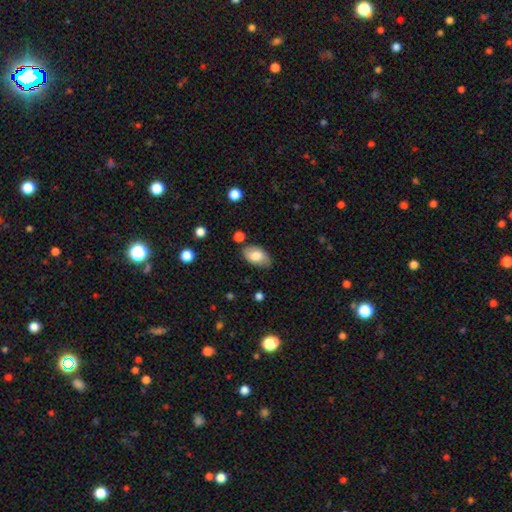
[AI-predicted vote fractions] A smooth galaxy with no disk features (75%) that is in between round and cigar-shaped (93%). Merging: none (75%).